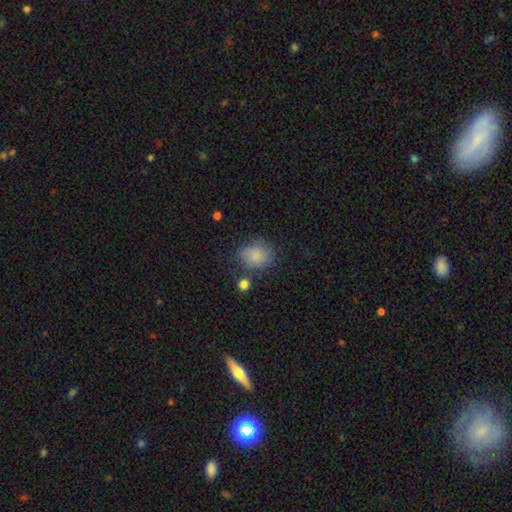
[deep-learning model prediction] Smooth or featured? smooth (84%)
How rounded? round (68%)
Merging? none (69%)